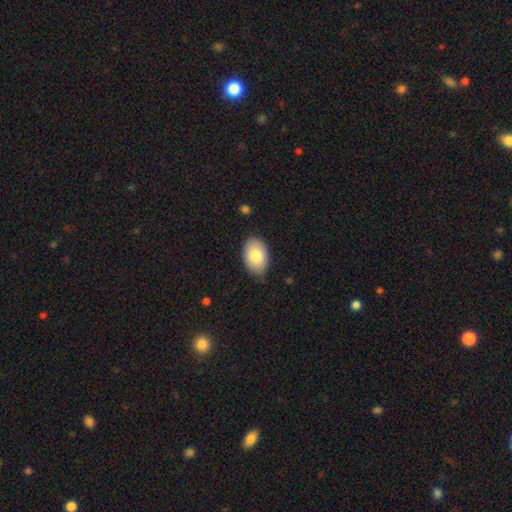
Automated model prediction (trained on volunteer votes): smooth 83%, featured or disk 11%, star or artifact 6%. Down the decision tree: how rounded — in between (88%); merging — none (76%).